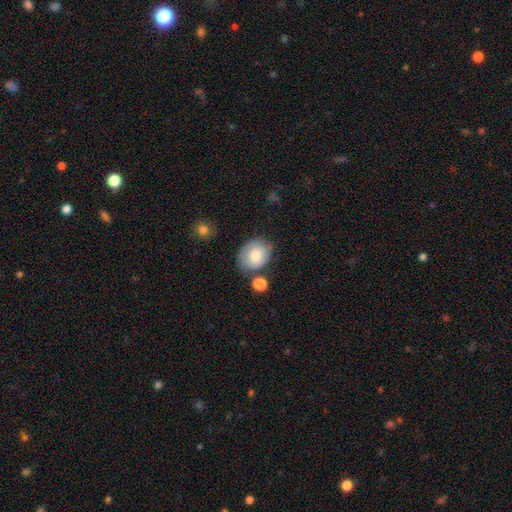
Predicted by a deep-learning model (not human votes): The model was most divided on "how rounded": in between: 50%, round: 49%, cigar-shaped: 1%. More confident: smooth or featured — smooth (74%); merging — none (61%).